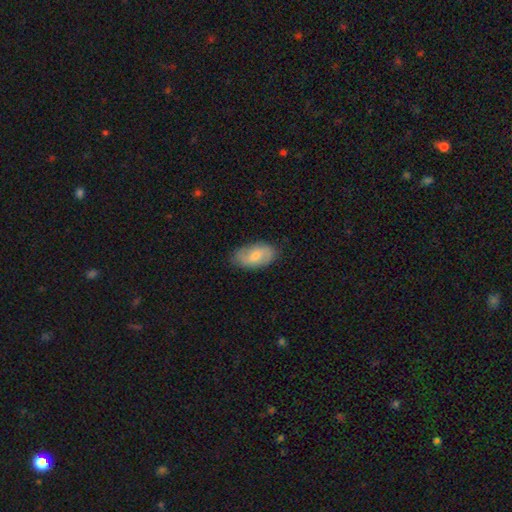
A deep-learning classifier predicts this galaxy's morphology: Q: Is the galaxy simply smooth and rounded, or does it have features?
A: smooth — 55%.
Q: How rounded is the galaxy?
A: in between — 93%.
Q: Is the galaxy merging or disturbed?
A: none — 81%.